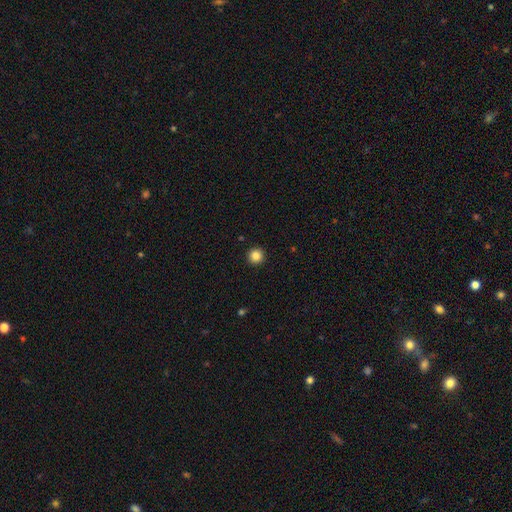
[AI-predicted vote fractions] Q: Smooth or featured?
A: smooth (86%); runner-up: star or artifact (11%)
Q: How rounded?
A: round (96%); runner-up: in between (3%)
Q: Merging?
A: none (94%); runner-up: minor disturbance (4%)